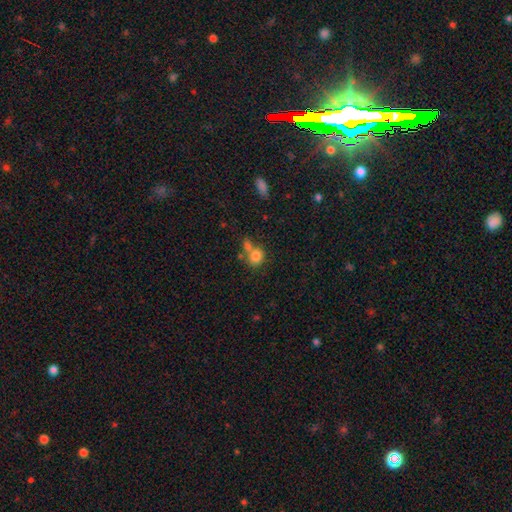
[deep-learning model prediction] smooth_or_featured: smooth (p=0.80) [alt: star or artifact p=0.11]
how_rounded: round (p=0.66) [alt: in between p=0.33]
merging: none (p=0.43) [alt: merger p=0.40]